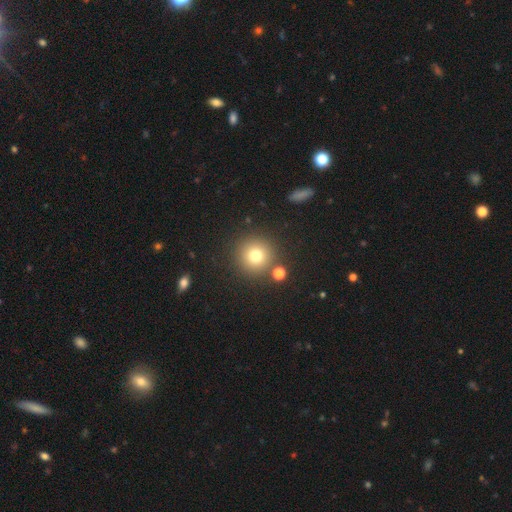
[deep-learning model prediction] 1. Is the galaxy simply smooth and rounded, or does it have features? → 76% smooth, 15% star or artifact, 10% featured or disk.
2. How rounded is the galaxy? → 95% round, 4% in between, 1% cigar-shaped.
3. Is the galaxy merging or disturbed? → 83% none, 7% minor disturbance, 7% merger, 3% major disturbance.